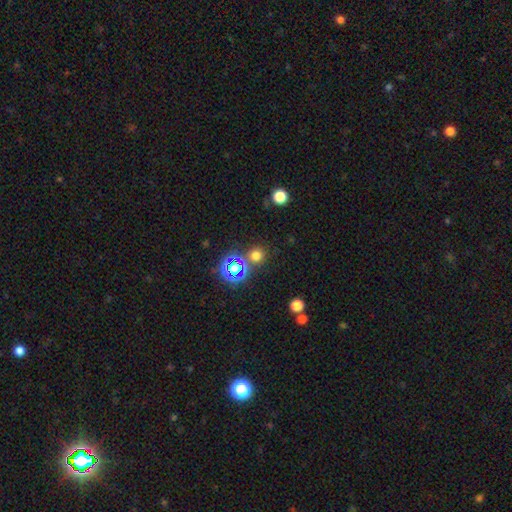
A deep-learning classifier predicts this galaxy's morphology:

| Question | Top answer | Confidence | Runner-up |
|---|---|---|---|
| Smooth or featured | smooth | 64% | star or artifact (30%) |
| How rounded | round | 91% | in between (8%) |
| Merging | none | 78% | merger (11%) |